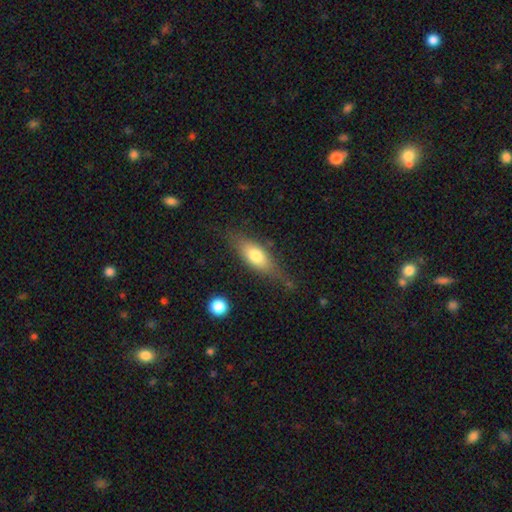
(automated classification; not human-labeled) A smooth galaxy with no disk features (64%) that is in between round and cigar-shaped (65%). Merging: none (66%).